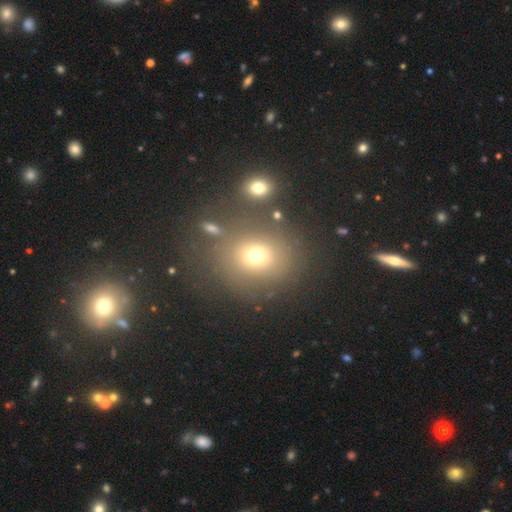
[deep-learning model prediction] The model was most divided on "how rounded": round: 73%, in between: 26%, cigar-shaped: 1%. More confident: merging — none (69%); smooth or featured — smooth (67%).